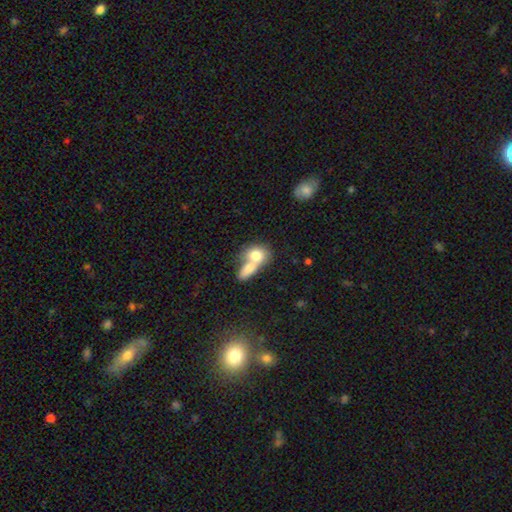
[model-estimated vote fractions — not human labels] This is likely a smooth galaxy (76%). How rounded: possibly in between (57%). Merging: likely merger (72%).